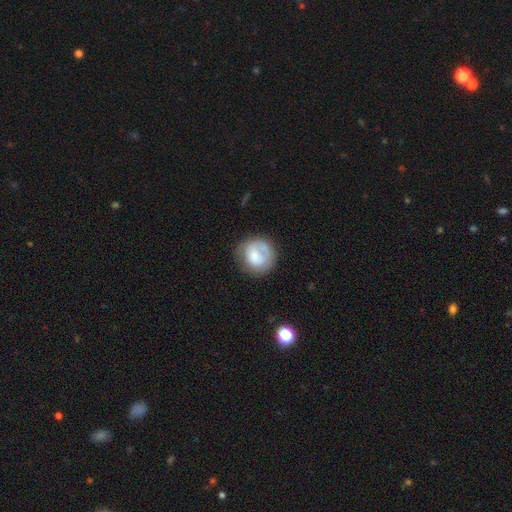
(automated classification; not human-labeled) A smooth galaxy with no disk features (64%) that is round (84%).

Vote fractions:
- Smooth or featured? smooth: 64% / featured or disk: 29% / star or artifact: 7%
- How rounded? round: 84% / in between: 16% / cigar-shaped: 1%
- Merging? none: 59% / minor disturbance: 22% / major disturbance: 13% / merger: 5%